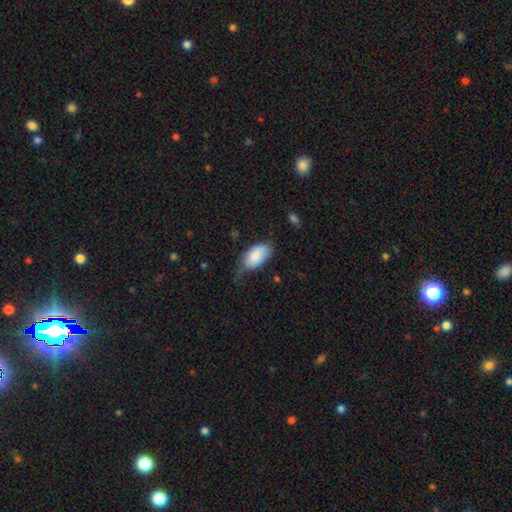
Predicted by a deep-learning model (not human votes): Smooth or featured? Predicted: smooth (p=0.82). How rounded? Predicted: in between (p=0.94). Merging? Predicted: minor disturbance (p=0.43).